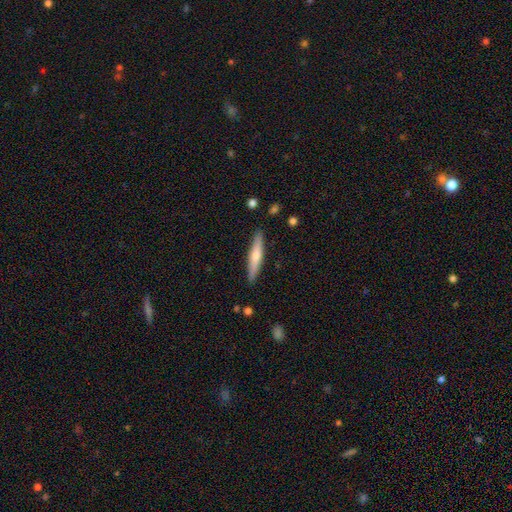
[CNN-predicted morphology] Smooth or featured? smooth (56%)
How rounded? cigar-shaped (90%)
Merging? none (90%)